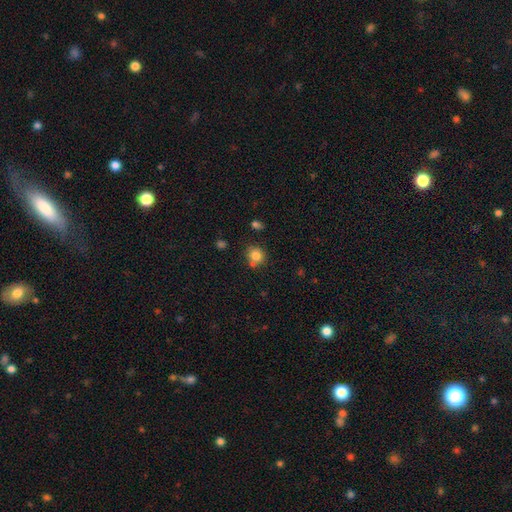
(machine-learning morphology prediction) The model was most divided on "merging": none: 68%, merger: 15%, minor disturbance: 13%, major disturbance: 4%. More confident: smooth or featured — smooth (81%); how rounded — round (81%).